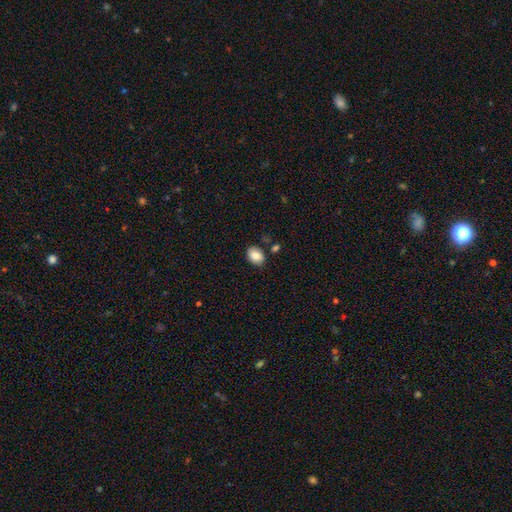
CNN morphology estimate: smooth 84%, star or artifact 8%, featured or disk 8%. Down the decision tree: how rounded — in between (75%); merging — none (81%).